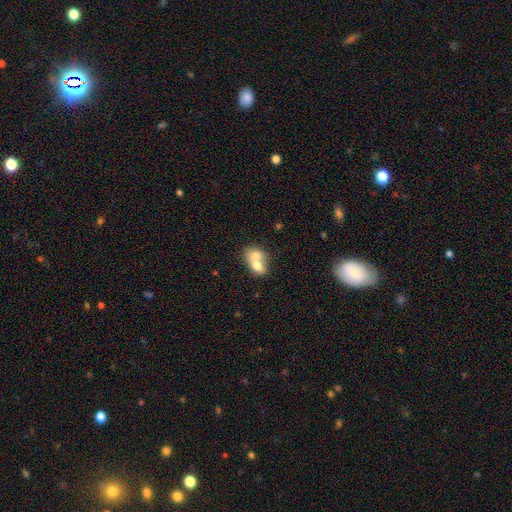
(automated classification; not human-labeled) This is likely a smooth galaxy (68%). How rounded: likely in between (67%). Merging: likely merger (75%).